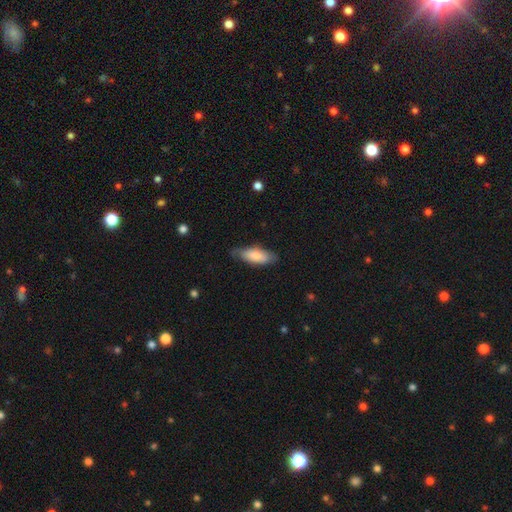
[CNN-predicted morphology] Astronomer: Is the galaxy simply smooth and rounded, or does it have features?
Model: smooth — 78%.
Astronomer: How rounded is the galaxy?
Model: in between — 73%.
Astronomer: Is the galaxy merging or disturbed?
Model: none — 69%.